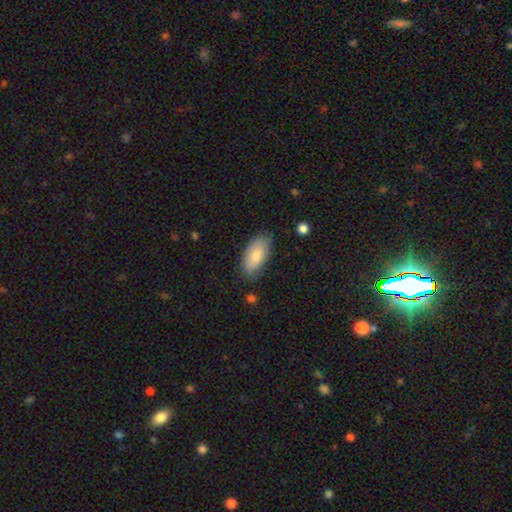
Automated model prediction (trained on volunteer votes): A smooth galaxy with no disk features (80%) that is in between round and cigar-shaped (91%). Merging: none (76%).